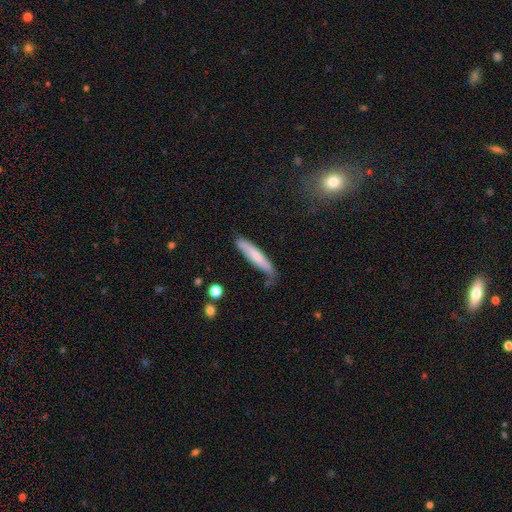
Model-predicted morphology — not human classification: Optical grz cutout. It shows a smooth galaxy with no disk features (67%) that is cigar-shaped (86%). Merging: none (57%).